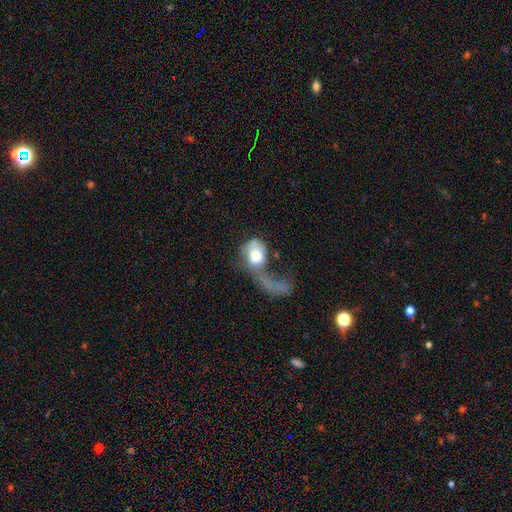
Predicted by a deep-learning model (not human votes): Smooth or featured: smooth — 62% (featured or disk — 31%)
How rounded: in between — 54% (round — 43%)
Merging: major disturbance — 68% (merger — 12%)